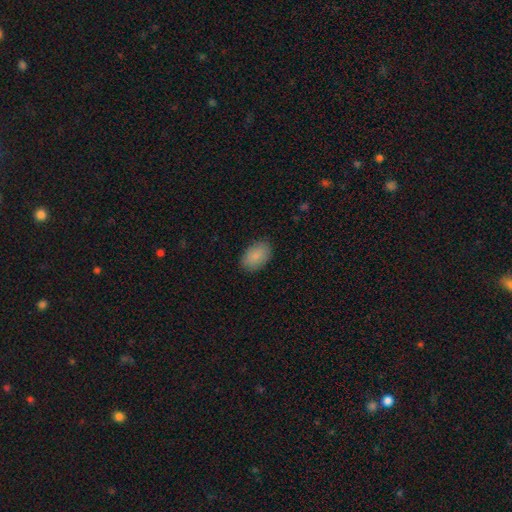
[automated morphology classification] A smooth galaxy with no disk features (88%) that is in between round and cigar-shaped (89%). Merging: none (87%).